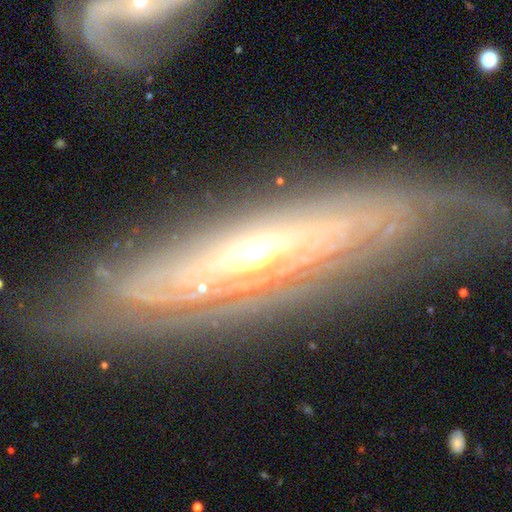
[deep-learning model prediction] A featured or disk galaxy (85%) with no bar (60%), spiral arms (86%) and a small central bulge (51%).

Vote fractions:
- Smooth or featured? featured or disk: 85% / smooth: 10% / star or artifact: 6%
- Edge-on disk? no: 66% / yes: 34%
- Bar? no: 60% / weak: 25% / strong: 15%
- Spiral arms? yes: 86% / no: 14%
- Bulge size? small: 51% / moderate: 42% / large: 4% / dominant: 1% / none: 1%
- Merging? none: 67% / minor disturbance: 18% / merger: 7% / major disturbance: 7%